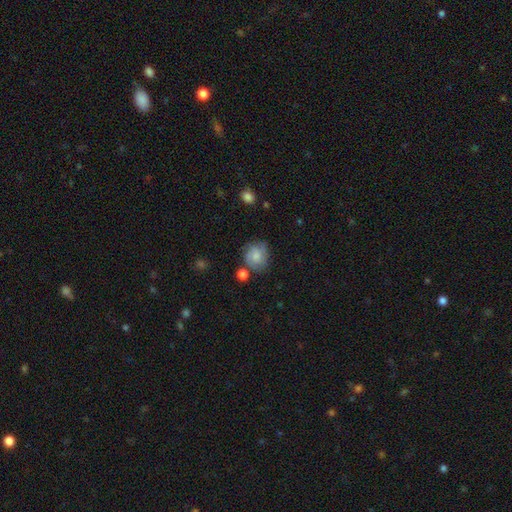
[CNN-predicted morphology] Smooth or featured?
  - smooth: 62% *
  - featured or disk: 30%
  - star or artifact: 9%
How rounded?
  - round: 72% *
  - in between: 27%
  - cigar-shaped: 1%
Merging?
  - none: 59% *
  - minor disturbance: 25%
  - major disturbance: 9%
  - merger: 8%